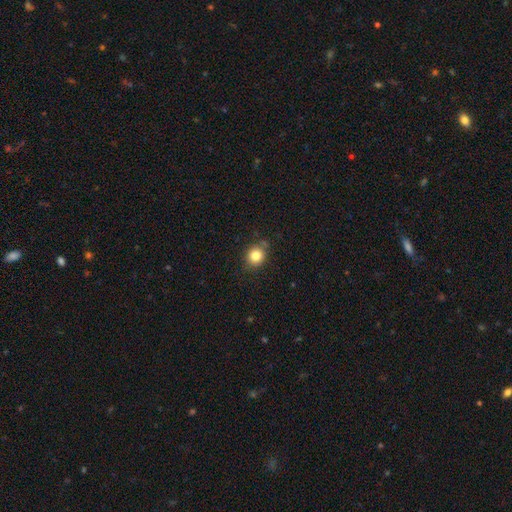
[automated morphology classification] smooth-or-featured: smooth: 82% | star or artifact: 11% | featured or disk: 7%
  how-rounded: round: 78% | in between: 21% | cigar-shaped: 1%
  merging: none: 80% | minor disturbance: 14% | major disturbance: 3% | merger: 3%